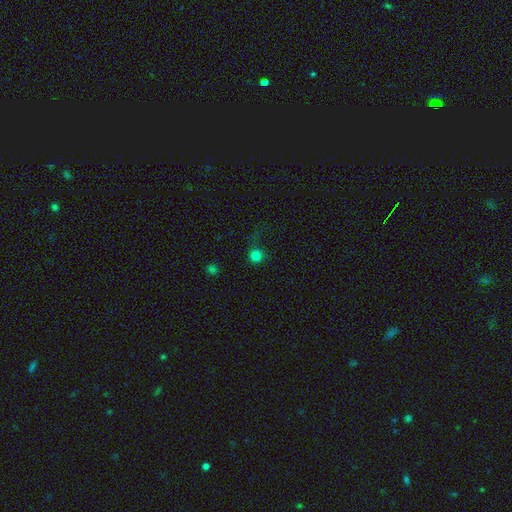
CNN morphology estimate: A smooth galaxy with no disk features (78%) that is round (92%). Merging: none (68%).